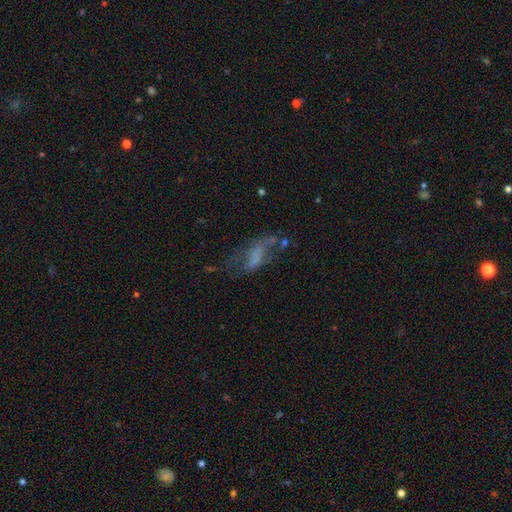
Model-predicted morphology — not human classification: Overall: featured or disk (51%; smooth 32%). Edge-on disk: no (92%). Merging: major disturbance (38%; none 32%).